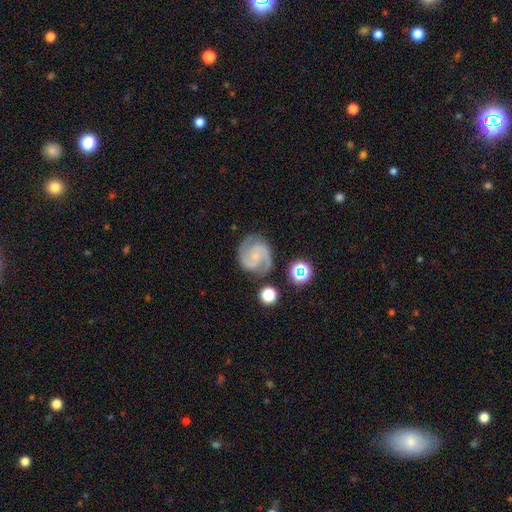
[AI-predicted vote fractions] The model was most divided on "spiral winding": medium: 50%, tight: 41%, loose: 9%. More confident: edge-on disk — no (98%); spiral arms — yes (98%); smooth or featured — featured or disk (86%); spiral arm count — 2 (85%); merging — none (77%); bulge size — small (72%); bar — no (61%).